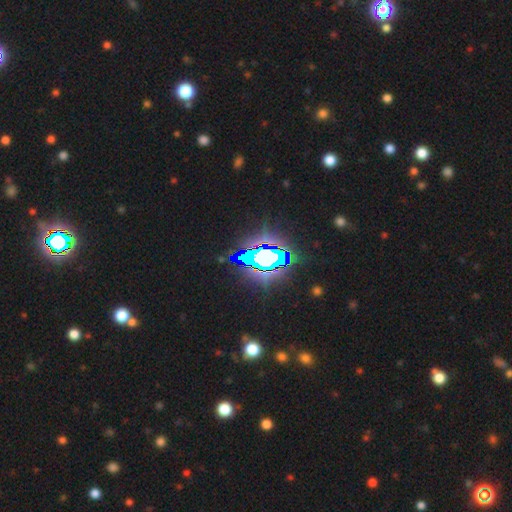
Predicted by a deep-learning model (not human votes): A star or artifact, not a galaxy (81%).